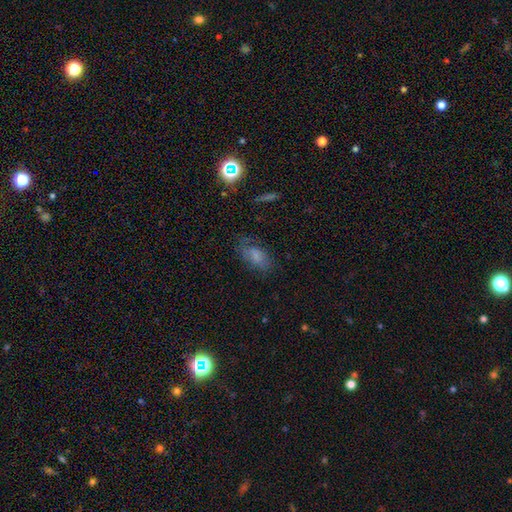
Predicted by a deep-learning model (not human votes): Overall: smooth (65%). How rounded: in between (89%). Merging: none (61%; minor disturbance 24%).